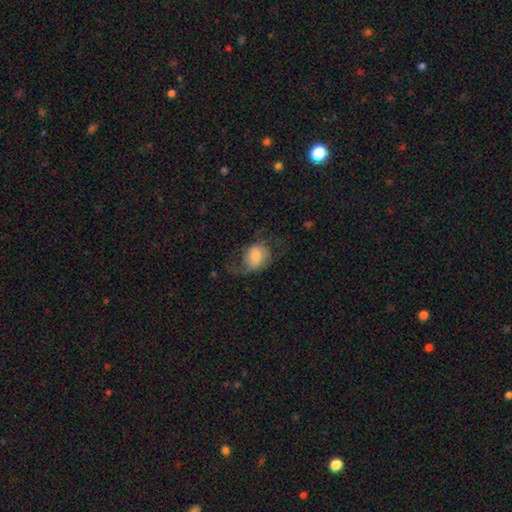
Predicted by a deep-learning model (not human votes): A smooth galaxy with no disk features (49%). Merging: none (43%).